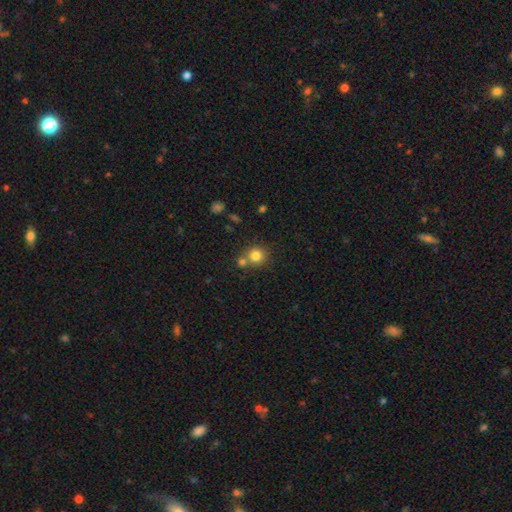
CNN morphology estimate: A smooth galaxy with no disk features (81%) that is round (91%).

Vote fractions:
- Smooth or featured? smooth: 81% / star or artifact: 12% / featured or disk: 7%
- How rounded? round: 91% / in between: 8% / cigar-shaped: 1%
- Merging? none: 63% / merger: 26% / minor disturbance: 8% / major disturbance: 3%